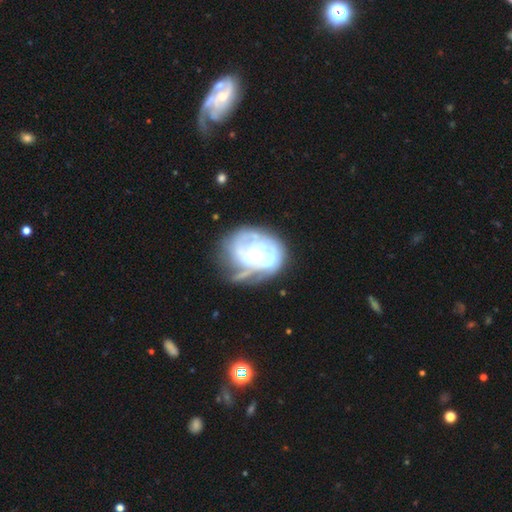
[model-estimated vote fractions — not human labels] smooth-or-featured: featured or disk: 78% | smooth: 15% | star or artifact: 7%
  disk-edge-on: no: 98% | yes: 2%
    bar: no: 80% | weak: 16% | strong: 4%
    has-spiral-arms: yes: 75% | no: 25%
      spiral-winding: tight: 61% | medium: 27% | loose: 12%
      spiral-arm-count: can't tell: 44% | 2: 20% | 3: 17% | 1: 8% | 4: 7% | more than 4: 5%
    bulge-size: small: 55% | moderate: 33% | none: 6% | large: 4% | dominant: 2%
  merging: none: 37% | major disturbance: 23% | minor disturbance: 23% | merger: 16%